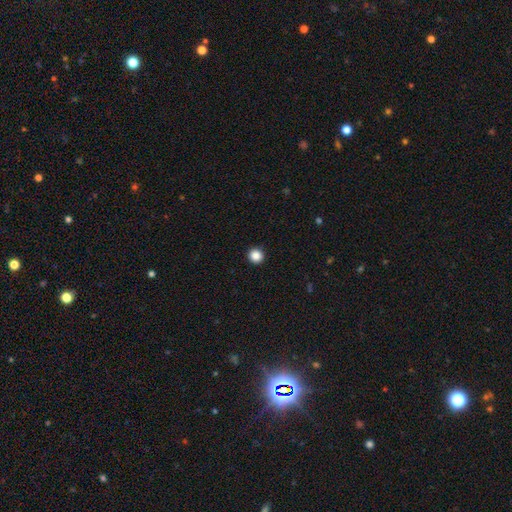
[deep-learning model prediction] Overall: smooth (86%). How rounded: round (95%). Merging: none (94%).